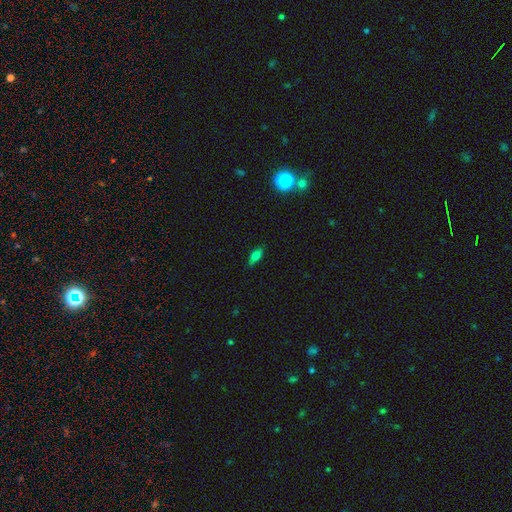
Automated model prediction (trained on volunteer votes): The model was most divided on "how rounded": in between: 74%, cigar-shaped: 22%, round: 4%. More confident: merging — none (80%); smooth or featured — smooth (72%).